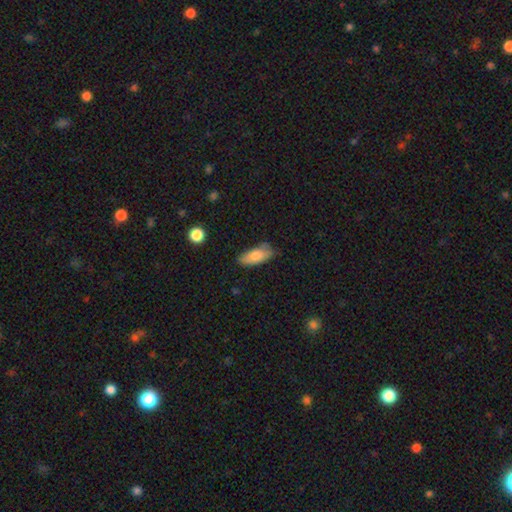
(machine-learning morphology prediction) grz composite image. It shows a smooth galaxy with no disk features (78%) that is in between round and cigar-shaped (82%). Merging: none (69%).